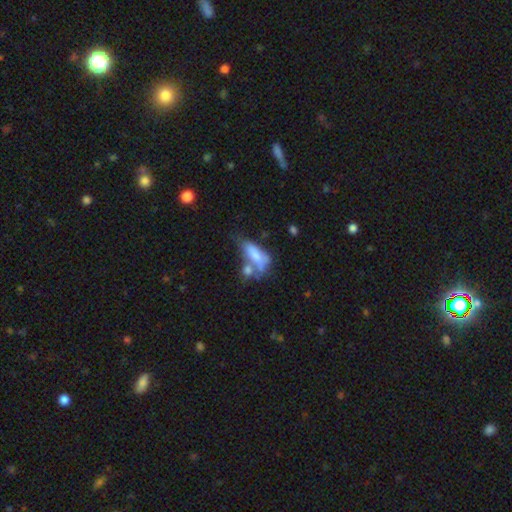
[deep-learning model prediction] Smooth or featured?
  - smooth: 63% *
  - featured or disk: 28%
  - star or artifact: 9%
How rounded?
  - in between: 72% *
  - cigar-shaped: 24%
  - round: 4%
Merging?
  - merger: 43% *
  - none: 23%
  - major disturbance: 17%
  - minor disturbance: 17%